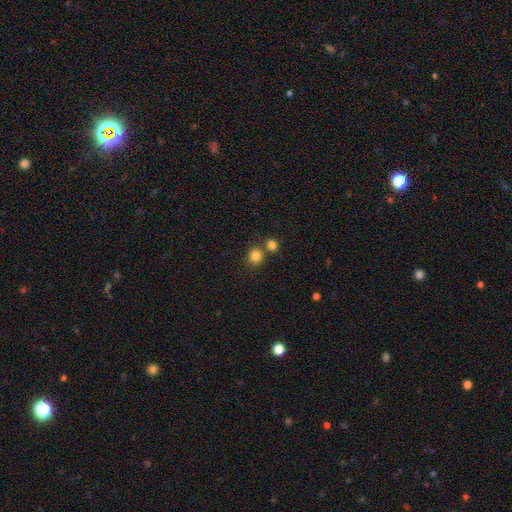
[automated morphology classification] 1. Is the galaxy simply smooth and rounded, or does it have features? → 83% smooth, 12% star or artifact, 5% featured or disk.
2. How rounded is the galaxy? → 83% round, 16% in between, 1% cigar-shaped.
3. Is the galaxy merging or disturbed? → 62% none, 27% merger, 8% minor disturbance, 3% major disturbance.